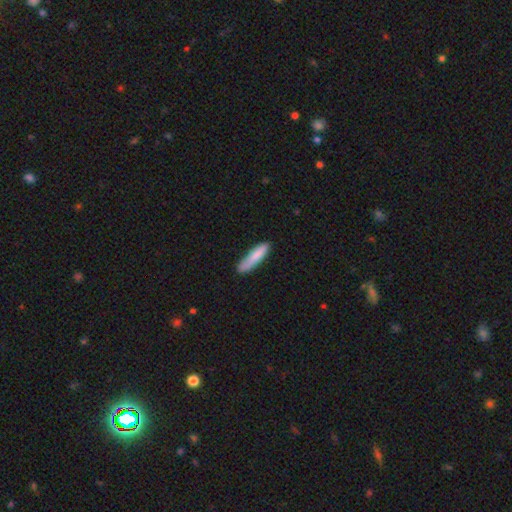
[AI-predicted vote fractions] smooth 82%, featured or disk 12%, star or artifact 6%. Down the decision tree: how rounded — cigar-shaped (81%); merging — none (74%).